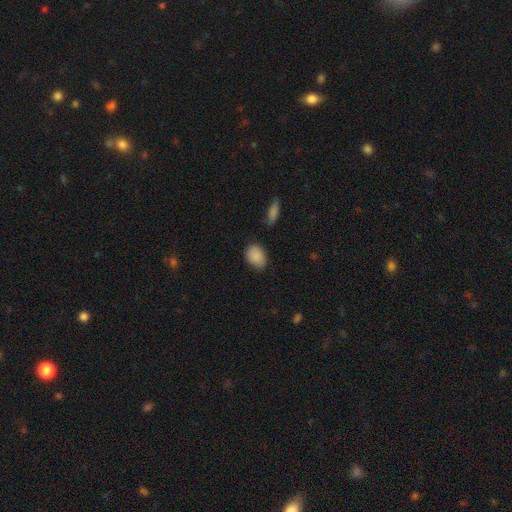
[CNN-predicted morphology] Smooth or featured? Predicted: smooth (p=0.88). How rounded? Predicted: in between (p=0.77). Merging? Predicted: none (p=0.78).